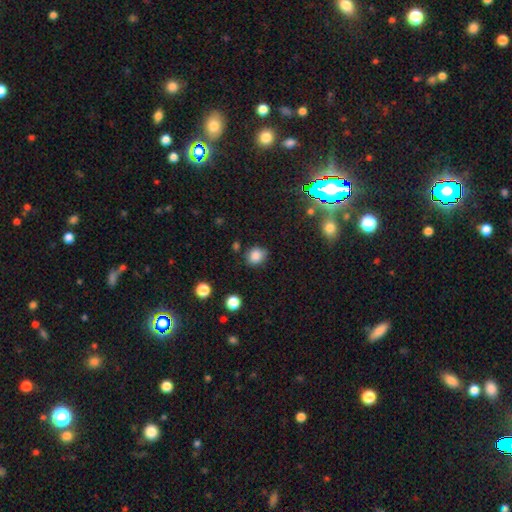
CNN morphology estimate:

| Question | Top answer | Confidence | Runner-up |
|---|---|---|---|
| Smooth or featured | smooth | 84% | star or artifact (11%) |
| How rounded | round | 63% | in between (36%) |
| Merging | none | 75% | minor disturbance (17%) |